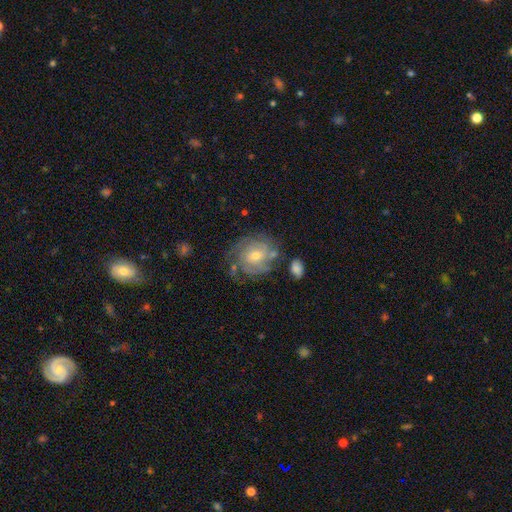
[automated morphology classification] This appears to be a featured or disk galaxy (69%) with no bar (71%), tight (63%) spiral arms (84%) and a small central bulge (49%). Merging: none (57%).